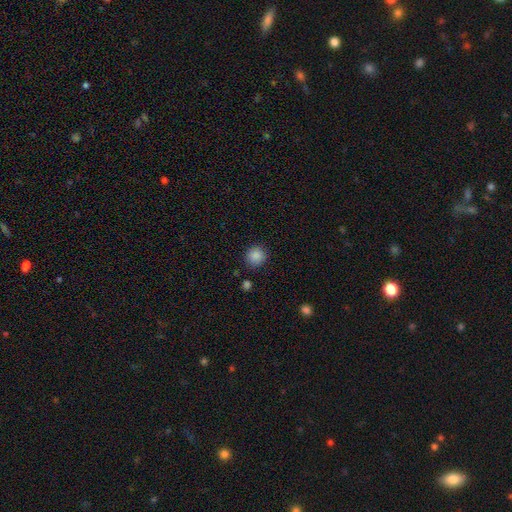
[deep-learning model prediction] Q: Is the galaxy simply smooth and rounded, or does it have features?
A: smooth — 87%.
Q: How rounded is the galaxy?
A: round — 91%.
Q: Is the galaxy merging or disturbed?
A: none — 87%.